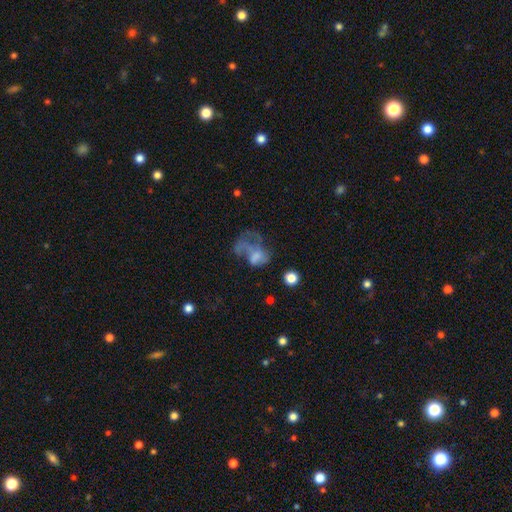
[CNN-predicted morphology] Smooth or featured: featured or disk — 44% (smooth — 42%)
Merging: major disturbance — 57% (none — 19%)